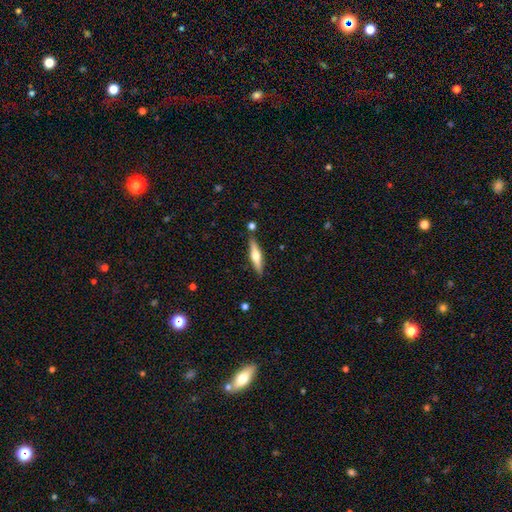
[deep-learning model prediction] Smooth or featured? Predicted: featured or disk (p=0.54). Edge-on disk? Predicted: yes (p=0.95). Edge-on bulge? Predicted: rounded (p=0.92). Merging? Predicted: none (p=0.84).